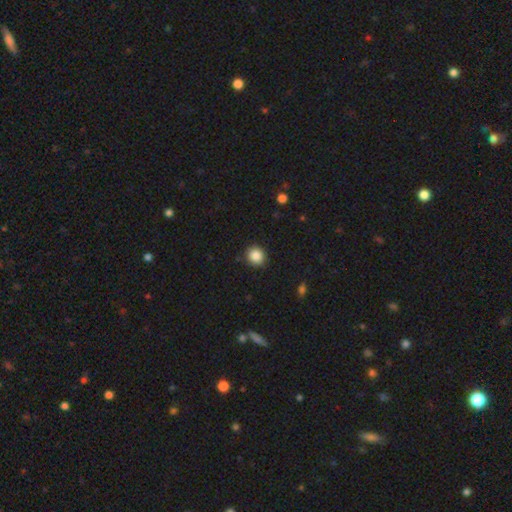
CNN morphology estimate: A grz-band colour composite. It shows a smooth galaxy with no disk features (86%) that is round (87%). Merging: none (89%).